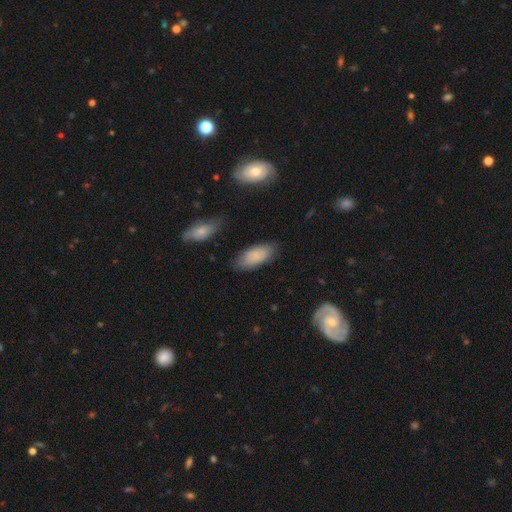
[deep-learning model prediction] smooth_or_featured: smooth (p=0.79) [alt: featured or disk p=0.13]
how_rounded: in between (p=0.89) [alt: cigar-shaped p=0.09]
merging: none (p=0.79) [alt: minor disturbance p=0.15]